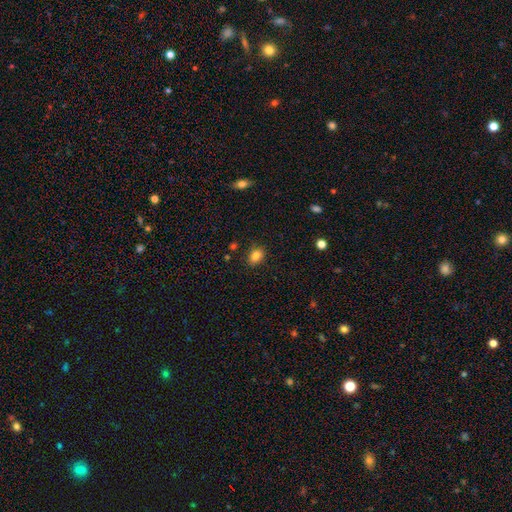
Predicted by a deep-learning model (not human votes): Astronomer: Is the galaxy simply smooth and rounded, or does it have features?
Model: smooth — 84%.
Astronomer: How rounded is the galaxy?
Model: in between — 73%.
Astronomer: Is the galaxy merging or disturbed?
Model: none — 85%.